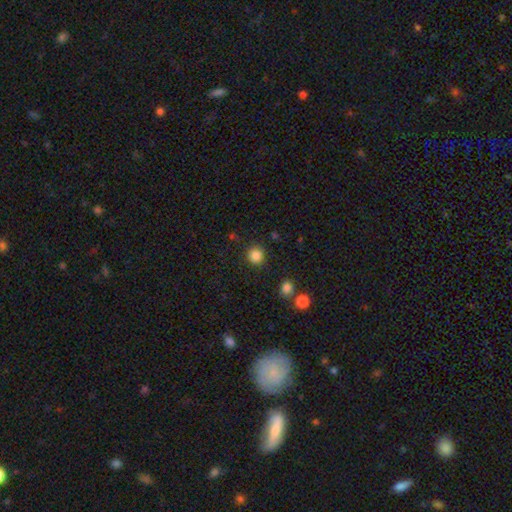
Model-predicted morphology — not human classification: Smooth or featured? Predicted: smooth (p=0.85). How rounded? Predicted: round (p=0.92). Merging? Predicted: none (p=0.89).